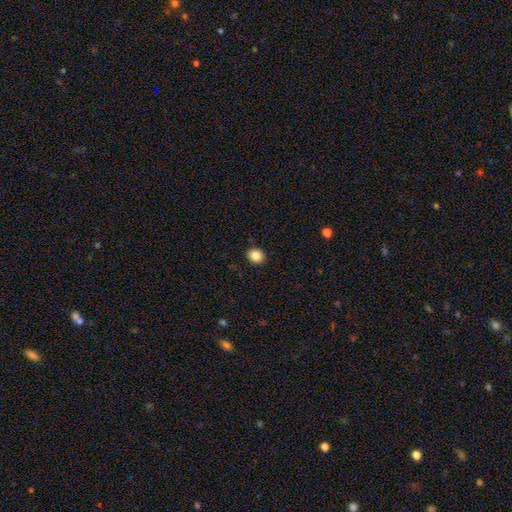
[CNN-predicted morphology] Smooth or featured?
  - smooth: 86% *
  - star or artifact: 10%
  - featured or disk: 5%
How rounded?
  - round: 71% *
  - in between: 28%
  - cigar-shaped: 1%
Merging?
  - none: 91% *
  - minor disturbance: 6%
  - major disturbance: 2%
  - merger: 1%